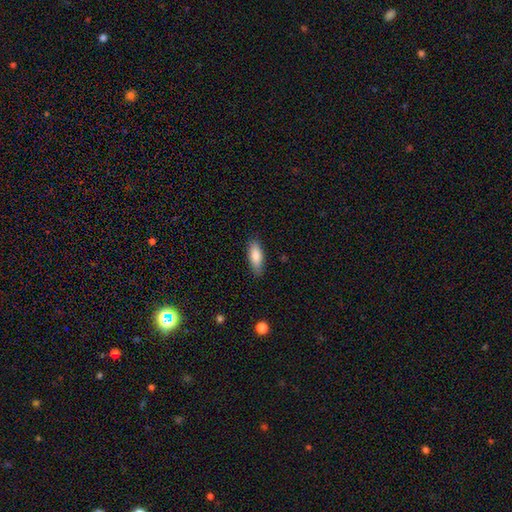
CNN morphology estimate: Q: Smooth or featured?
A: smooth (84%); runner-up: featured or disk (10%)
Q: How rounded?
A: in between (69%); runner-up: cigar-shaped (29%)
Q: Merging?
A: none (85%); runner-up: minor disturbance (11%)